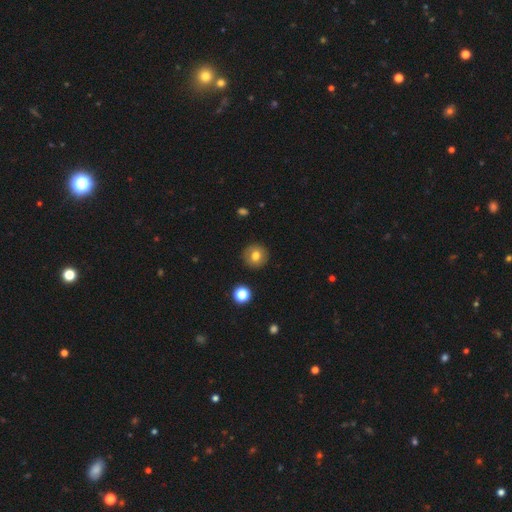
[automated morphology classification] A smooth galaxy with no disk features (75%) that is round (93%). Merging: none (90%).